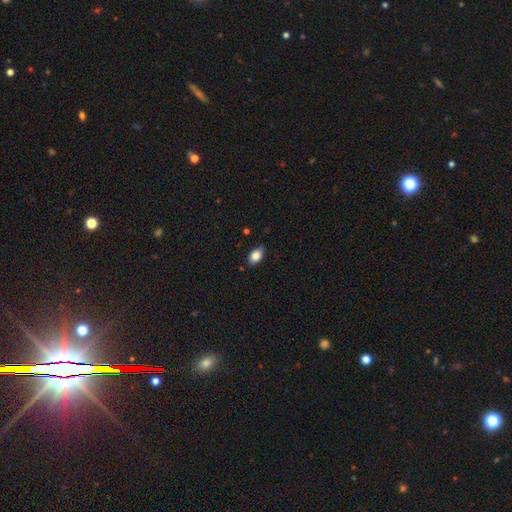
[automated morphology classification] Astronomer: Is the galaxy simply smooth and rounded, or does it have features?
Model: smooth — 85%.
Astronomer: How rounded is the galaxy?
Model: in between — 89%.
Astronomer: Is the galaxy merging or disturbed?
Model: none — 83%.